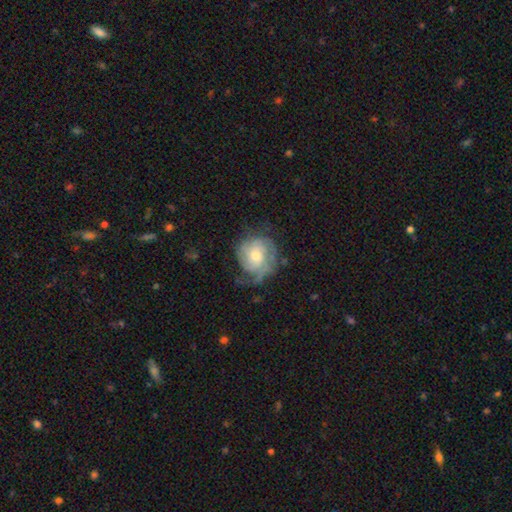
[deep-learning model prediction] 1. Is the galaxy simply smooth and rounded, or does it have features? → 70% featured or disk, 23% smooth, 7% star or artifact.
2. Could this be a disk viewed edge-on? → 97% no, 3% yes.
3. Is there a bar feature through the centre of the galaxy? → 73% no, 23% weak, 4% strong.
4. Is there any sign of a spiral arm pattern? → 89% yes, 11% no.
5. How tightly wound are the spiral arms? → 56% tight, 31% medium, 13% loose.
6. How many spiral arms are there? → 34% can't tell, 28% 2, 17% 3, 11% 1, 5% 4, 4% more than 4.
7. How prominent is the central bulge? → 63% moderate, 28% small, 6% large, 2% none, 1% dominant.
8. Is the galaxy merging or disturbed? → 58% none, 24% minor disturbance, 16% major disturbance, 2% merger.